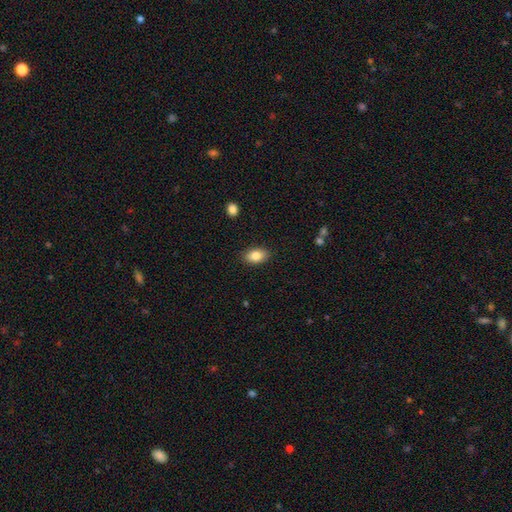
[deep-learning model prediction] This is clearly a smooth galaxy (85%). How rounded: clearly in between (90%). Merging: clearly none (87%).